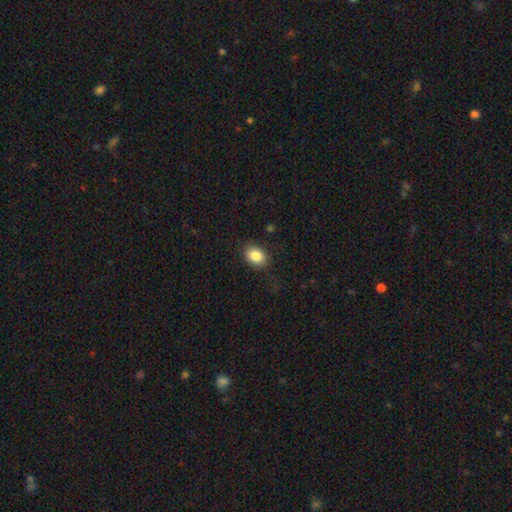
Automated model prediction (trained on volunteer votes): smooth_or_featured: smooth (p=0.85) [alt: star or artifact p=0.09]
how_rounded: in between (p=0.68) [alt: round p=0.31]
merging: none (p=0.83) [alt: minor disturbance p=0.12]